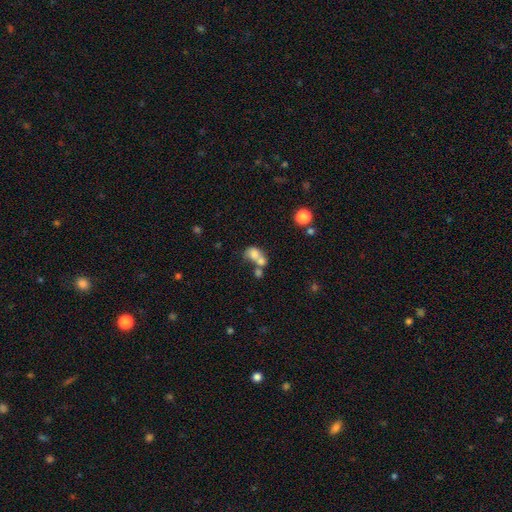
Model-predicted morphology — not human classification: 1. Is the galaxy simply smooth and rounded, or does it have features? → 69% smooth, 19% featured or disk, 12% star or artifact.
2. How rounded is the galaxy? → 50% in between, 49% round, 1% cigar-shaped.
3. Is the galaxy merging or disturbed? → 65% merger, 21% none, 8% minor disturbance, 6% major disturbance.